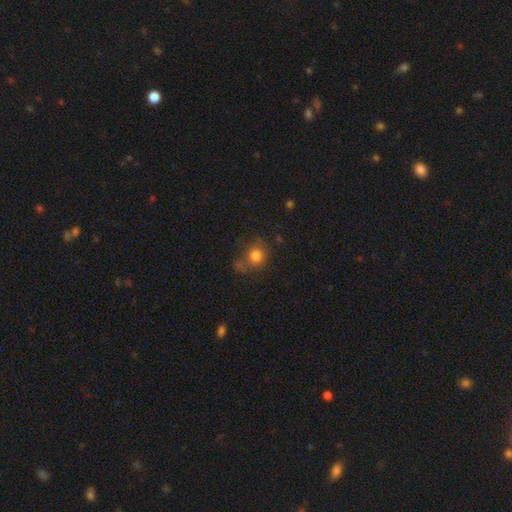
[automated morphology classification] Q: Smooth or featured?
A: smooth (78%); runner-up: star or artifact (12%)
Q: How rounded?
A: round (74%); runner-up: in between (25%)
Q: Merging?
A: none (57%); runner-up: minor disturbance (21%)